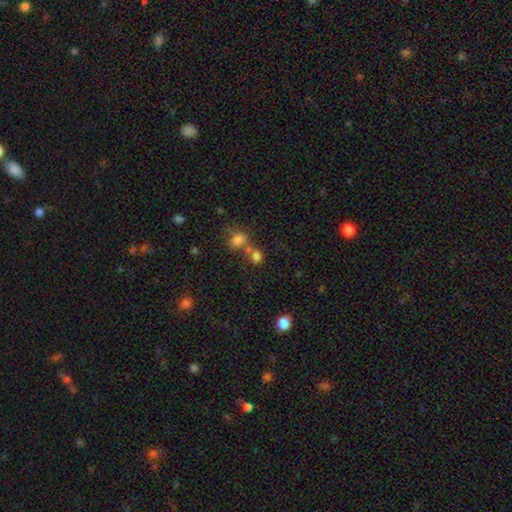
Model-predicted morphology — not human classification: Smooth or featured? Predicted: smooth (p=0.76). How rounded? Predicted: round (p=0.70). Merging? Predicted: none (p=0.46).